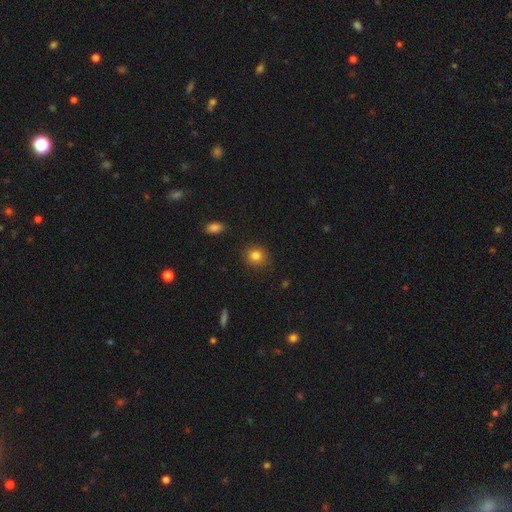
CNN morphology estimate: Smooth or featured?
  - smooth: 83% *
  - star or artifact: 11%
  - featured or disk: 6%
How rounded?
  - round: 84% *
  - in between: 15%
  - cigar-shaped: 1%
Merging?
  - none: 89% *
  - minor disturbance: 7%
  - major disturbance: 2%
  - merger: 1%